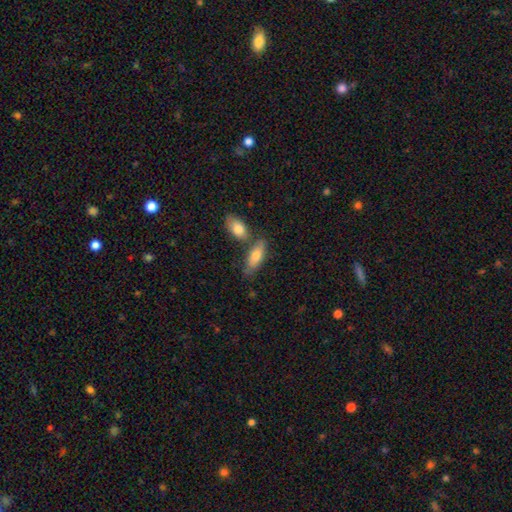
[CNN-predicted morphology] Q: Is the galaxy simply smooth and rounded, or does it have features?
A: smooth — 76%.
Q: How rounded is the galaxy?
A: in between — 73%.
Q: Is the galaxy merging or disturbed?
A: none — 55%.